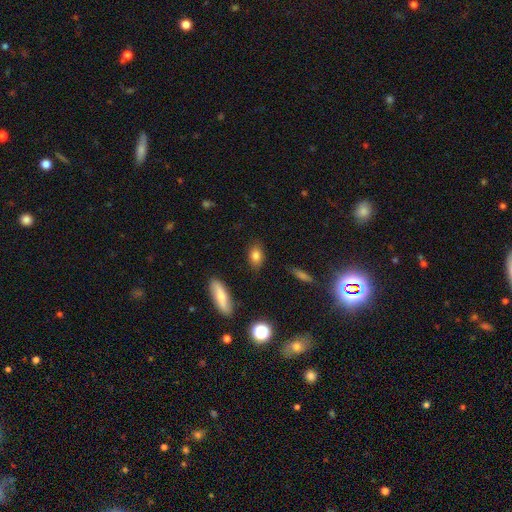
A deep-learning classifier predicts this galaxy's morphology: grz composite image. It shows a smooth galaxy with no disk features (82%) that is in between round and cigar-shaped (81%). Merging: none (83%).